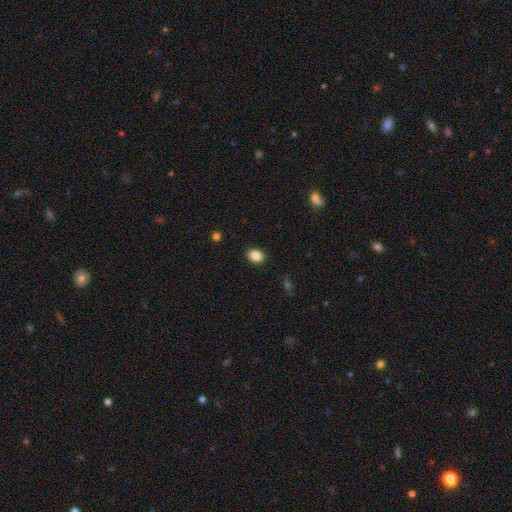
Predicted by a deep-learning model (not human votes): Q: Smooth or featured?
A: smooth (86%); runner-up: star or artifact (9%)
Q: How rounded?
A: in between (67%); runner-up: round (32%)
Q: Merging?
A: none (89%); runner-up: minor disturbance (8%)